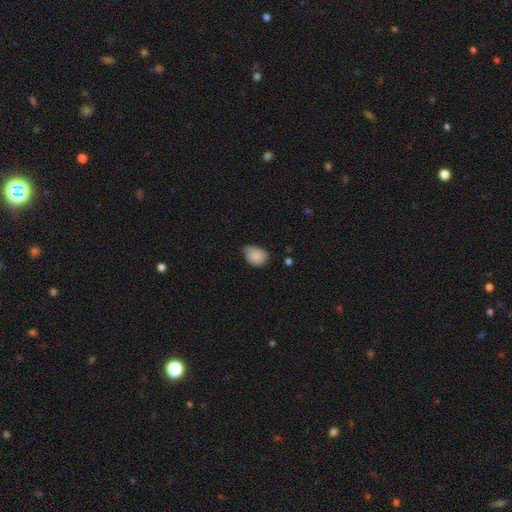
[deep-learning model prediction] Smooth or featured?
  - smooth: 86% *
  - star or artifact: 8%
  - featured or disk: 6%
How rounded?
  - in between: 62% *
  - round: 37%
  - cigar-shaped: 1%
Merging?
  - minor disturbance: 46% *
  - none: 43%
  - major disturbance: 8%
  - merger: 2%